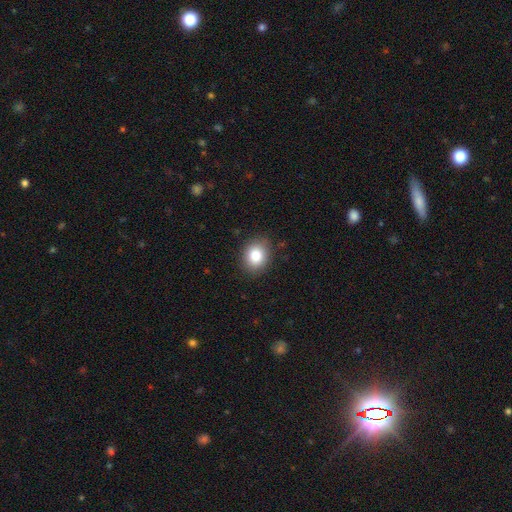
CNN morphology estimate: smooth_or_featured: smooth (p=0.83) [alt: star or artifact p=0.09]
how_rounded: round (p=0.58) [alt: in between p=0.42]
merging: none (p=0.86) [alt: minor disturbance p=0.10]